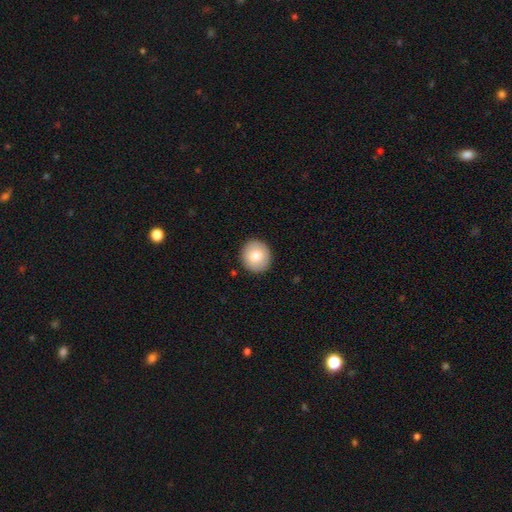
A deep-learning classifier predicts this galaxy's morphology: smooth 79%, featured or disk 13%, star or artifact 8%. Down the decision tree: how rounded — round (86%); merging — none (91%).